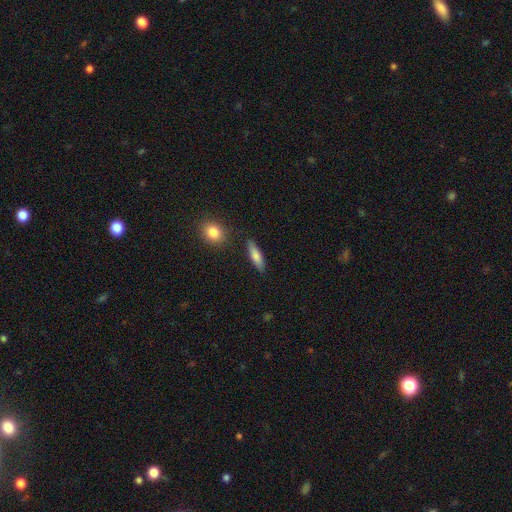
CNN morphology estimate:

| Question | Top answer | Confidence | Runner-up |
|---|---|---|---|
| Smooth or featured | smooth | 74% | featured or disk (19%) |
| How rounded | cigar-shaped | 61% | in between (36%) |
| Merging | none | 84% | minor disturbance (10%) |